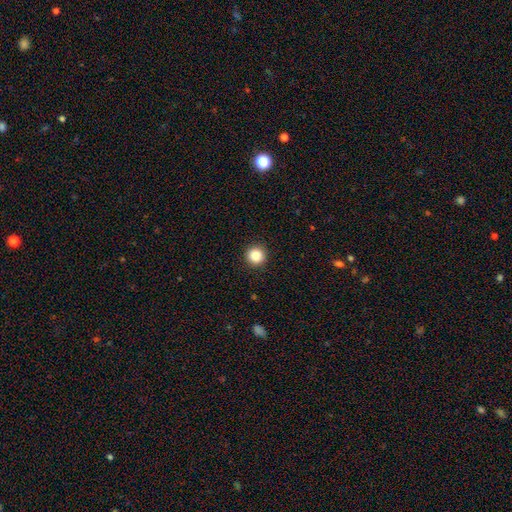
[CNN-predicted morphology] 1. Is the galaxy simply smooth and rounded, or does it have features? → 87% smooth, 10% star or artifact, 3% featured or disk.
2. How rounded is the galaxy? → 95% round, 4% in between, 1% cigar-shaped.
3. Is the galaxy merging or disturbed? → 93% none, 5% minor disturbance, 2% major disturbance, 1% merger.